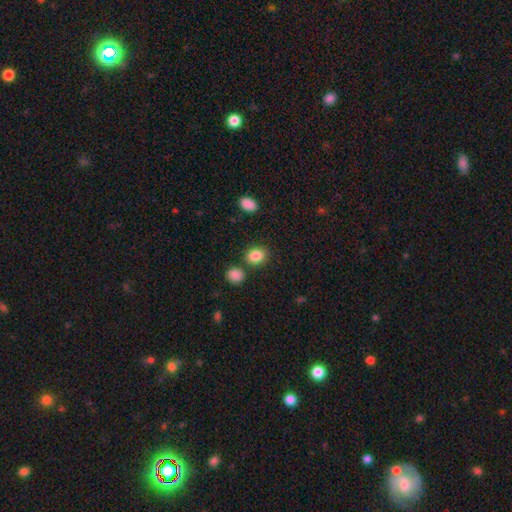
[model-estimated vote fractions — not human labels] Morphology: type=smooth (86%); roundness=round (50%); merging=none (78%).